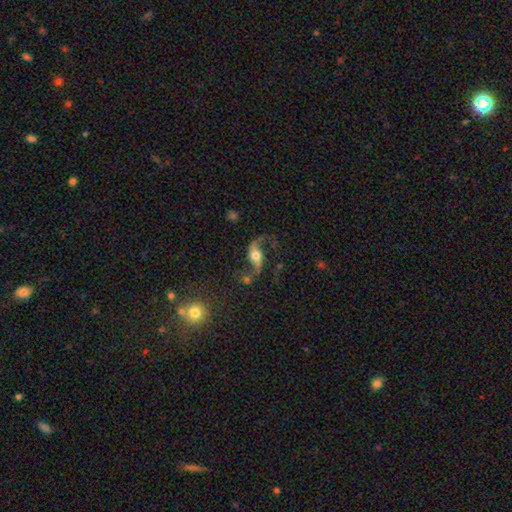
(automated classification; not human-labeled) Q: Smooth or featured?
A: featured or disk (83%); runner-up: smooth (9%)
Q: Edge-on disk?
A: no (93%); runner-up: yes (7%)
Q: Bar?
A: no (54%); runner-up: weak (29%)
Q: Spiral arms?
A: yes (94%); runner-up: no (6%)
Q: Spiral winding?
A: loose (87%); runner-up: medium (10%)
Q: Spiral arm count?
A: 2 (92%); runner-up: 1 (4%)
Q: Bulge size?
A: moderate (59%); runner-up: large (23%)
Q: Merging?
A: none (64%); runner-up: minor disturbance (15%)